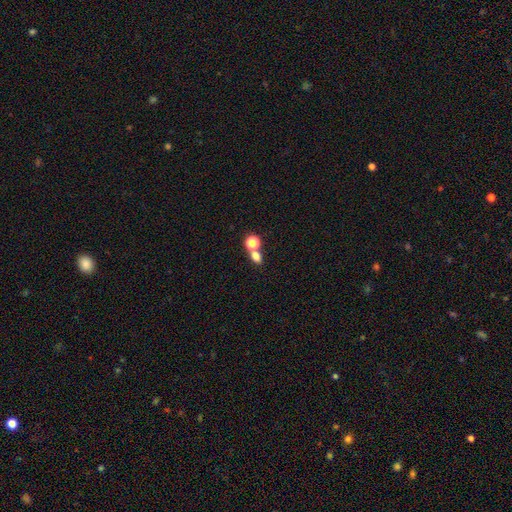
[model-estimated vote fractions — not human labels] Q: Smooth or featured?
A: smooth (74%); runner-up: star or artifact (17%)
Q: How rounded?
A: in between (59%); runner-up: round (38%)
Q: Merging?
A: none (49%); runner-up: merger (39%)